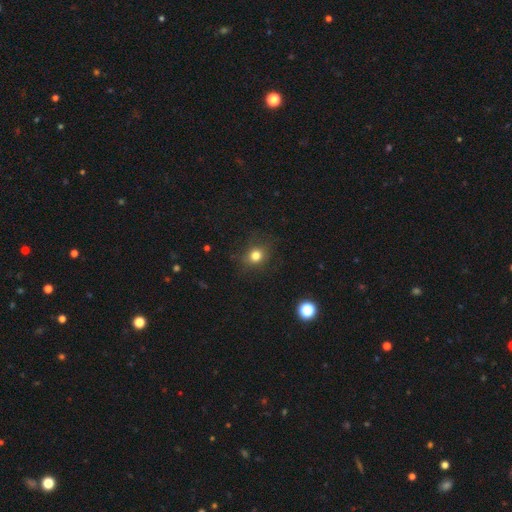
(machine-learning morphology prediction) The model was most divided on "how rounded": round: 75%, in between: 24%, cigar-shaped: 1%. More confident: merging — none (82%); smooth or featured — smooth (79%).